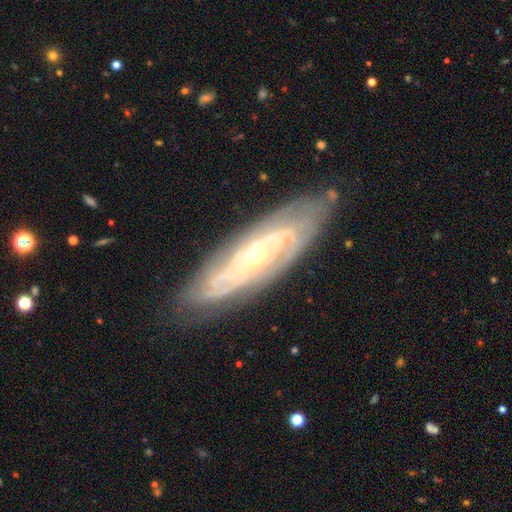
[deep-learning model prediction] featured or disk 84%, smooth 10%, star or artifact 6%. Down the decision tree: edge-on disk — no (83%); bar — no (62%); spiral arms — yes (94%); spiral arm count — can't tell (39%); spiral winding — tight (69%); bulge size — small (67%); merging — none (81%).